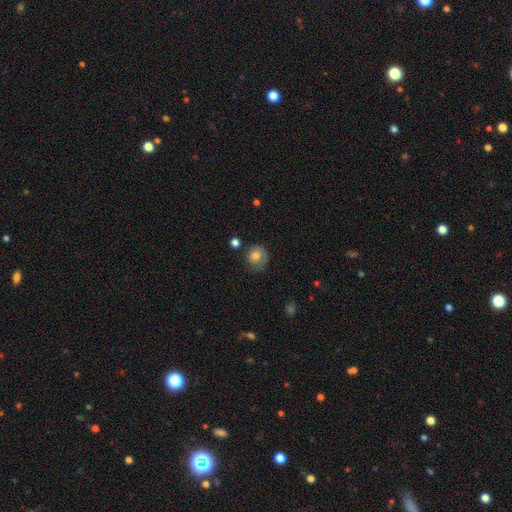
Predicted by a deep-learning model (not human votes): This is likely a smooth galaxy (76%). How rounded: clearly round (83%). Merging: likely none (65%).